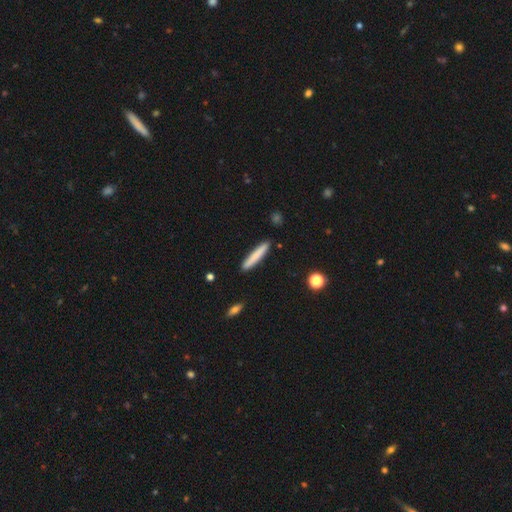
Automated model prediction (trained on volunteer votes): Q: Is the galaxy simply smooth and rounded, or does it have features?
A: smooth — 78%.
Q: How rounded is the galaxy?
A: cigar-shaped — 94%.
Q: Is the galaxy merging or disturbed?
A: none — 90%.